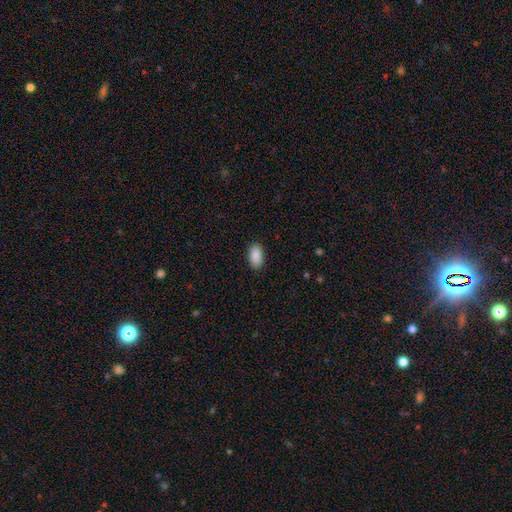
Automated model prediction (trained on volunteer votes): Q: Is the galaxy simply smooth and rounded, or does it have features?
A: smooth — 90%.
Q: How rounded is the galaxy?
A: in between — 94%.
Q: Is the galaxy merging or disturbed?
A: none — 89%.